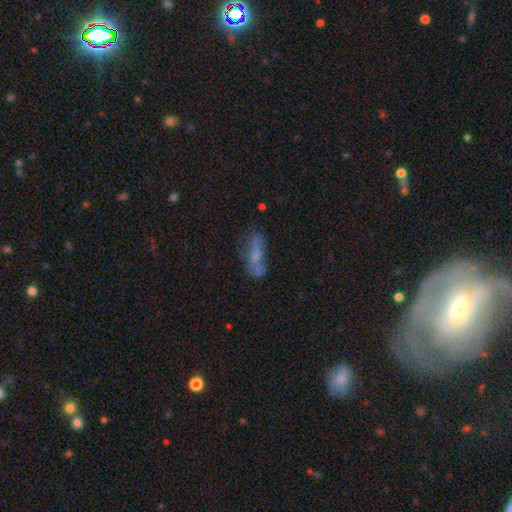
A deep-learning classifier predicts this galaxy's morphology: Smooth or featured? Predicted: smooth (p=0.47). Merging? Predicted: none (p=0.45).